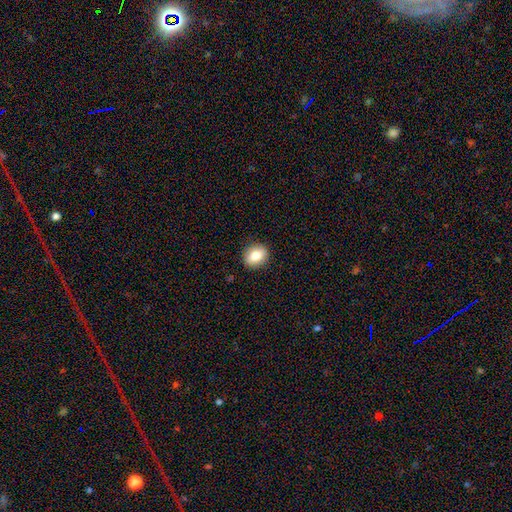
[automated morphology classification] Q: Smooth or featured?
A: smooth (78%); runner-up: featured or disk (13%)
Q: How rounded?
A: round (65%); runner-up: in between (34%)
Q: Merging?
A: none (90%); runner-up: minor disturbance (7%)